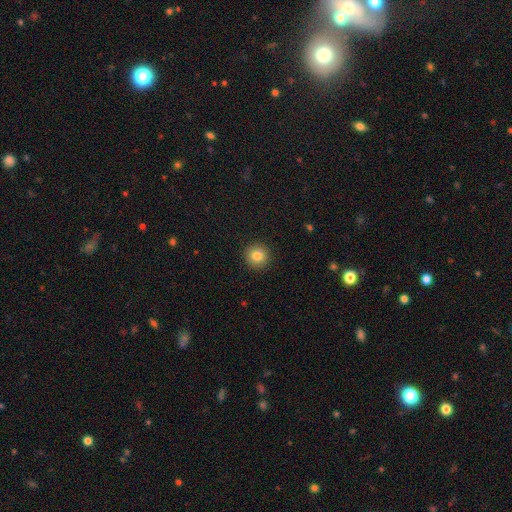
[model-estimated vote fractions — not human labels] This is clearly a smooth galaxy (83%). How rounded: clearly round (94%). Merging: clearly none (93%).